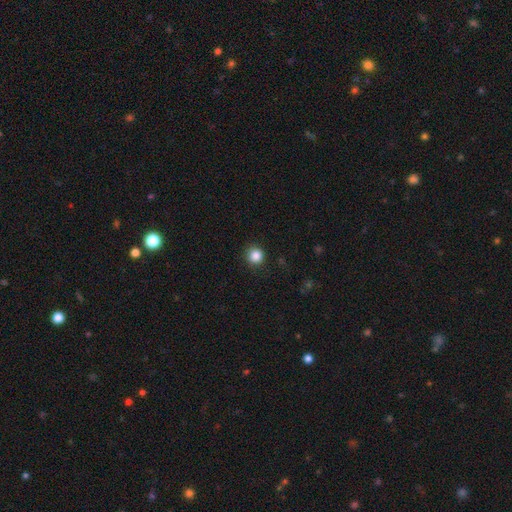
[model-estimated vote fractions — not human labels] The model was most divided on "smooth or featured": smooth: 86%, star or artifact: 11%, featured or disk: 3%. More confident: how rounded — round (94%); merging — none (89%).